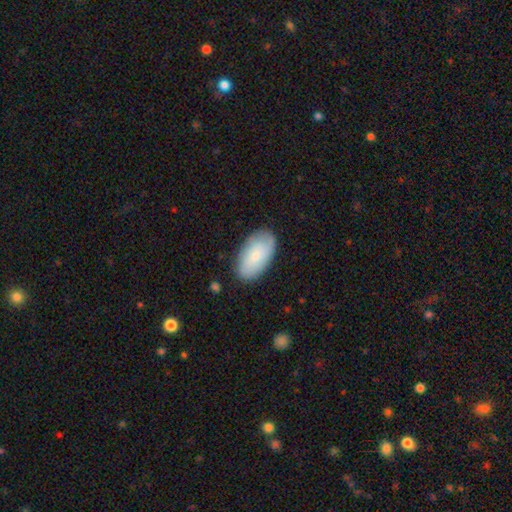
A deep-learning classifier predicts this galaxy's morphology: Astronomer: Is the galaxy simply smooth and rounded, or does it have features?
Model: smooth — 69%.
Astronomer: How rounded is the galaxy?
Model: in between — 95%.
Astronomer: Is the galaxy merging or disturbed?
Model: none — 82%.